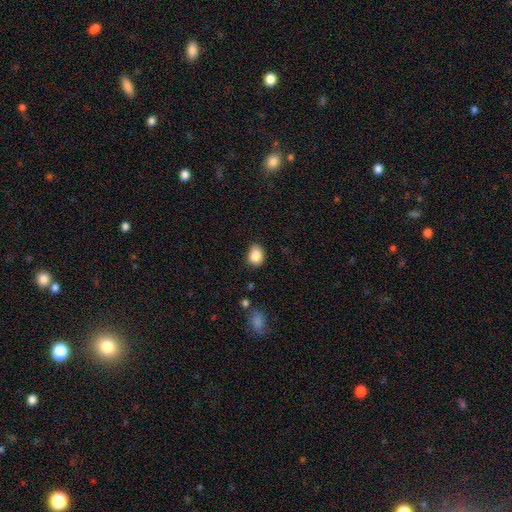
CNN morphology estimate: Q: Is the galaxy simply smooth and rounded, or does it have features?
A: smooth — 87%.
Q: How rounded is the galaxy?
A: in between — 59%.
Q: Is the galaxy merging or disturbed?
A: none — 77%.